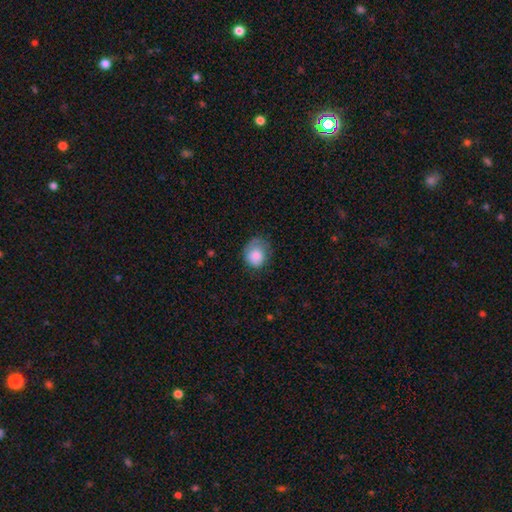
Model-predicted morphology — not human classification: smooth-or-featured: smooth: 82% | featured or disk: 11% | star or artifact: 8%
  how-rounded: round: 67% | in between: 32% | cigar-shaped: 1%
  merging: none: 46% | minor disturbance: 34% | major disturbance: 19% | merger: 2%